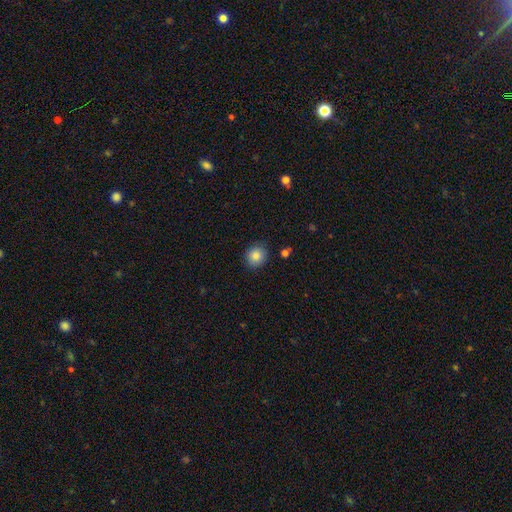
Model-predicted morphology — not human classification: The model was most divided on "how rounded": round: 81%, in between: 18%, cigar-shaped: 1%. More confident: merging — none (88%); smooth or featured — smooth (85%).